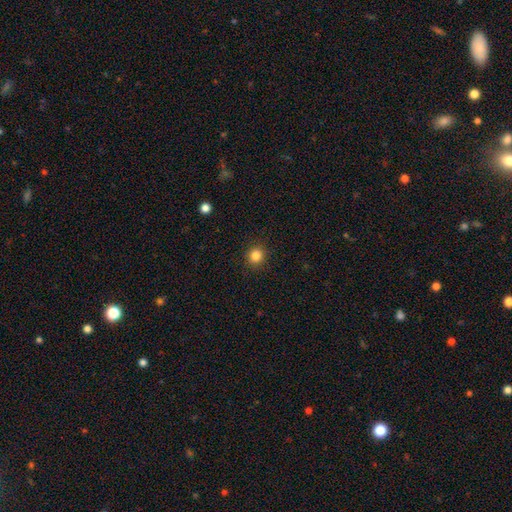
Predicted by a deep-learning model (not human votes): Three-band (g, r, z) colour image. It shows a smooth galaxy with no disk features (84%) that is round (90%). Merging: none (92%).